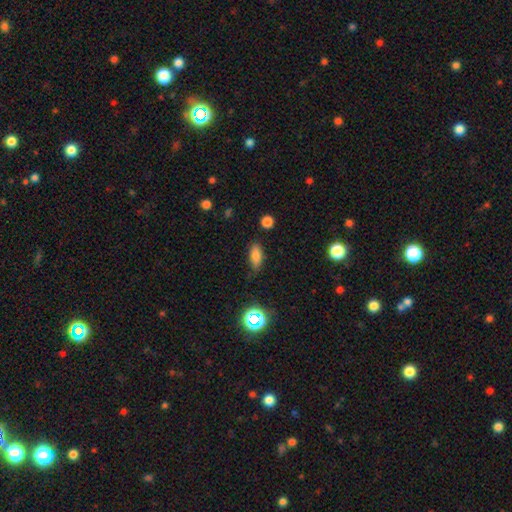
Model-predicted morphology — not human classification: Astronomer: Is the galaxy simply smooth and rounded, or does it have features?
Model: smooth — 77%.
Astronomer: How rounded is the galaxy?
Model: in between — 78%.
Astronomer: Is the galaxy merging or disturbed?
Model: none — 75%.